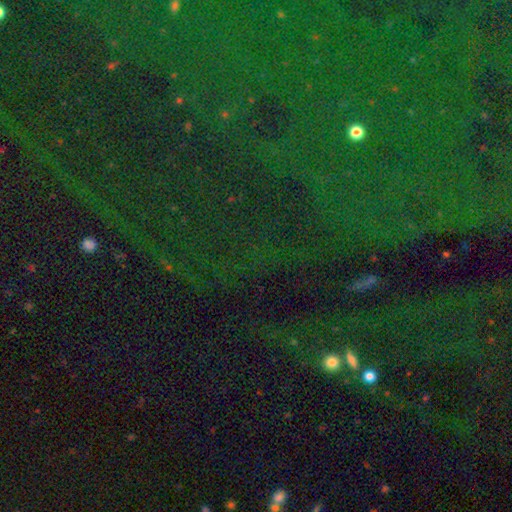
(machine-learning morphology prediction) Smooth or featured? Predicted: star or artifact (p=0.84).